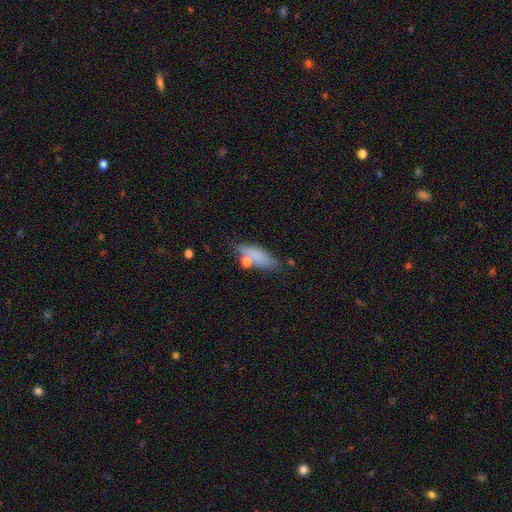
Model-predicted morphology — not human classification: Smooth or featured? Predicted: smooth (p=0.73). How rounded? Predicted: in between (p=0.53). Merging? Predicted: none (p=0.70).